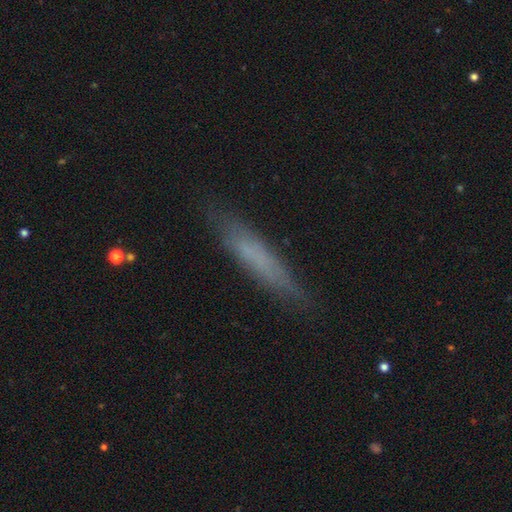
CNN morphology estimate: A smooth galaxy with no disk features (61%) that is cigar-shaped (88%).

Vote fractions:
- Smooth or featured? smooth: 61% / featured or disk: 30% / star or artifact: 9%
- How rounded? cigar-shaped: 88% / in between: 10% / round: 1%
- Merging? none: 80% / minor disturbance: 15% / major disturbance: 3% / merger: 1%